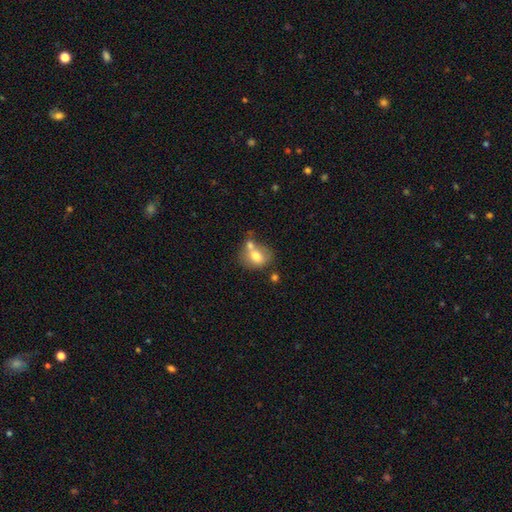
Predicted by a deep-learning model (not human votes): smooth_or_featured: smooth (p=0.70) [alt: featured or disk p=0.21]
how_rounded: in between (p=0.52) [alt: round p=0.47]
merging: merger (p=0.41) [alt: none p=0.38]